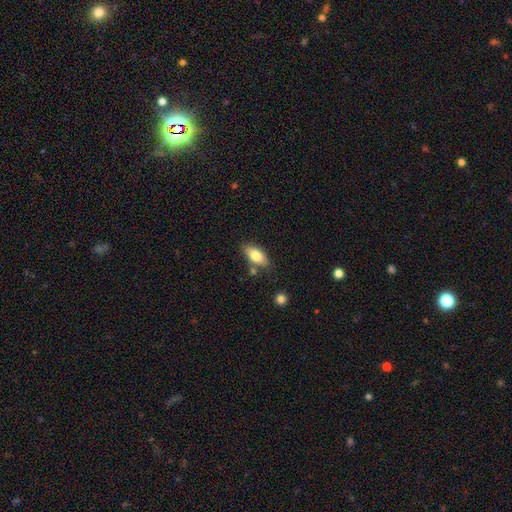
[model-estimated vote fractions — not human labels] Smooth or featured? smooth (78%)
How rounded? in between (87%)
Merging? none (76%)